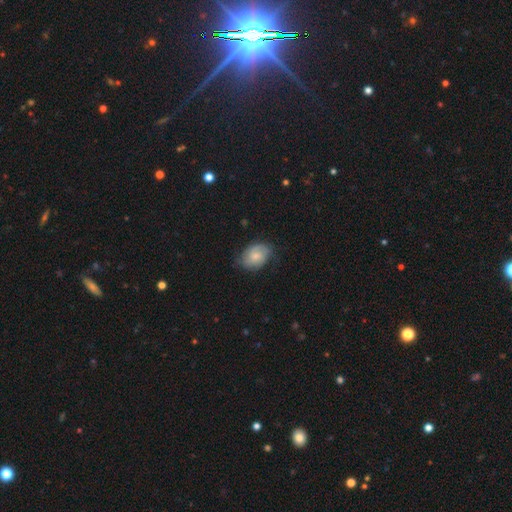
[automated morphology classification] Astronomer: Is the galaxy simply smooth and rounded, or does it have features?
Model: smooth — 59%.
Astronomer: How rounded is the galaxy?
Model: in between — 73%.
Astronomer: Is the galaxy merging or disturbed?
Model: none — 62%.